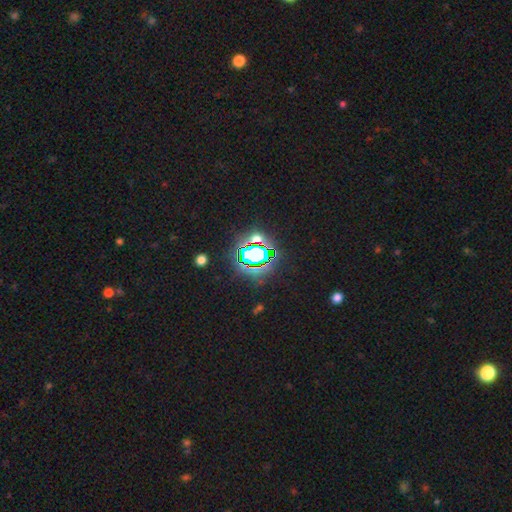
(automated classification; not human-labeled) Q: Smooth or featured?
A: star or artifact (81%); runner-up: smooth (12%)